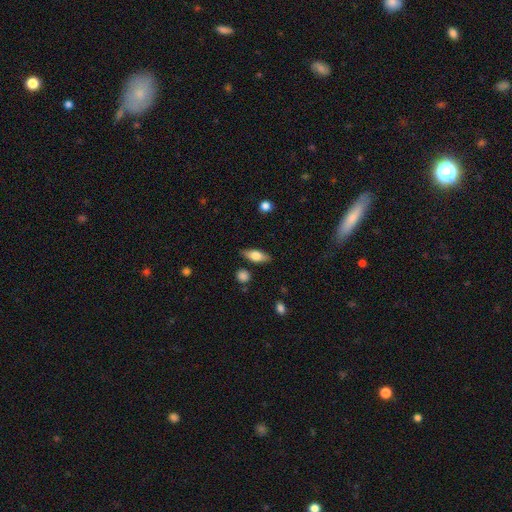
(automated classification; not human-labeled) Q: Smooth or featured?
A: smooth (66%); runner-up: featured or disk (27%)
Q: How rounded?
A: in between (73%); runner-up: cigar-shaped (23%)
Q: Merging?
A: none (83%); runner-up: minor disturbance (12%)